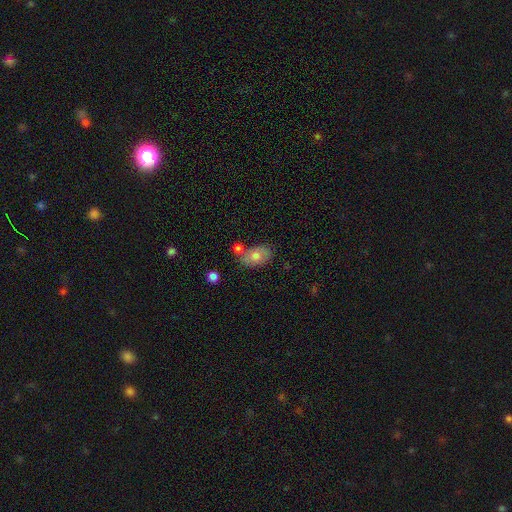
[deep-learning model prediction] This is likely a smooth galaxy (74%). How rounded: clearly in between (86%). Merging: likely none (60%).